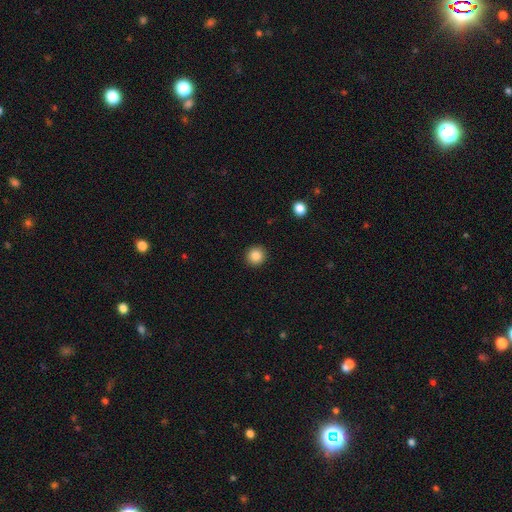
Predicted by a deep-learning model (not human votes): Smooth or featured?
  - smooth: 86% *
  - star or artifact: 10%
  - featured or disk: 5%
How rounded?
  - round: 93% *
  - in between: 6%
  - cigar-shaped: 1%
Merging?
  - none: 93% *
  - minor disturbance: 5%
  - major disturbance: 2%
  - merger: 1%